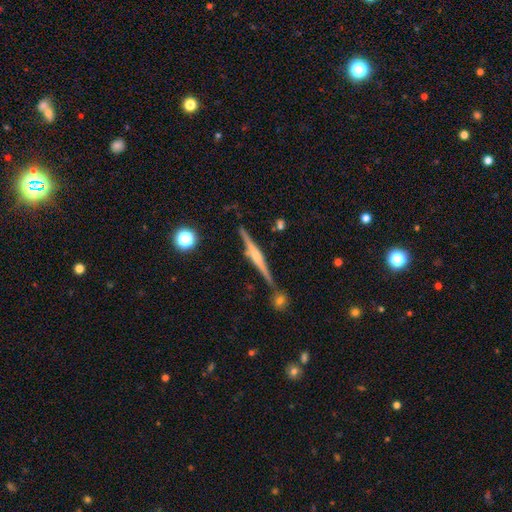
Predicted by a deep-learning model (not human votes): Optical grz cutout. It shows a featured or disk galaxy (78%) viewed edge-on (98%) with a rounded central bulge (61%). Merging: none (84%).